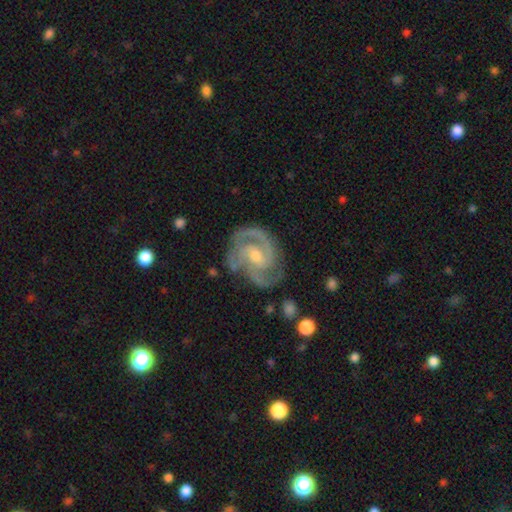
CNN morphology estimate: This appears to be a featured or disk galaxy (93%) with a weak bar (45%), 2 (47%) tight (49%) spiral arms (98%) and a small central bulge (54%). Merging: none (76%).